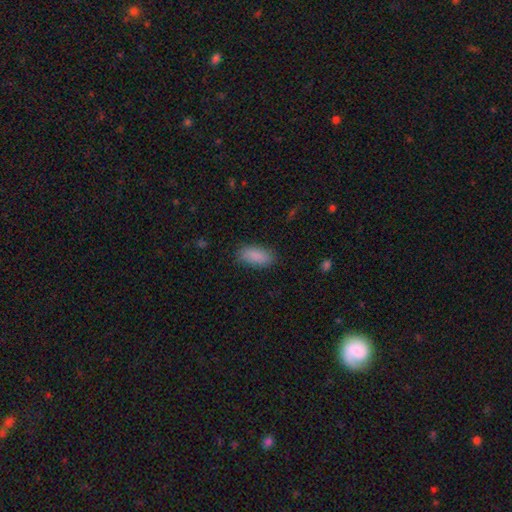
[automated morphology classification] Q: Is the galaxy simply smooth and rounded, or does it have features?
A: smooth — 89%.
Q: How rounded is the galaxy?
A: in between — 89%.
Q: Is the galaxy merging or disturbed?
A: none — 84%.